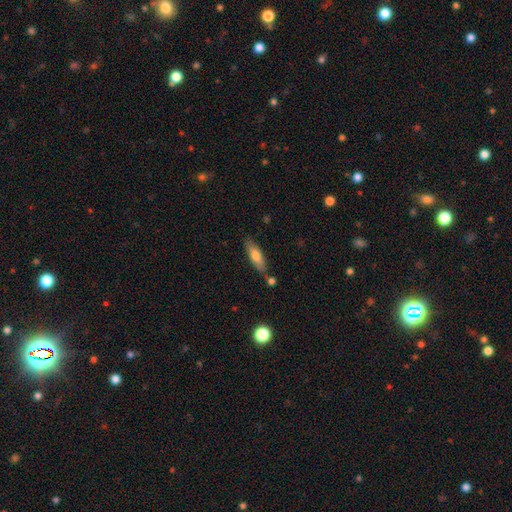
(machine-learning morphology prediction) smooth 70%, featured or disk 24%, star or artifact 6%. Down the decision tree: how rounded — cigar-shaped (55%); merging — none (75%).